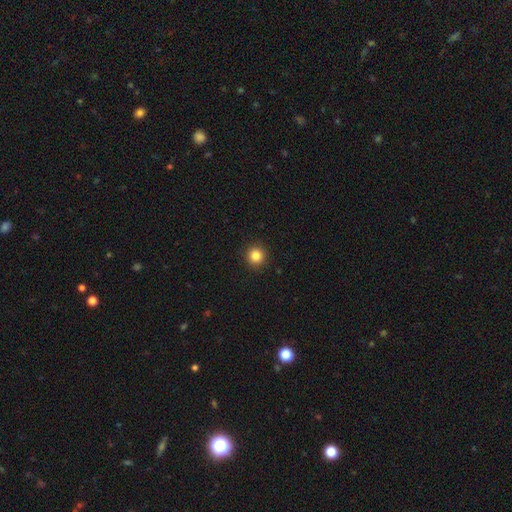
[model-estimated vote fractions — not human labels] A smooth galaxy with no disk features (85%) that is round (94%). Merging: none (93%).